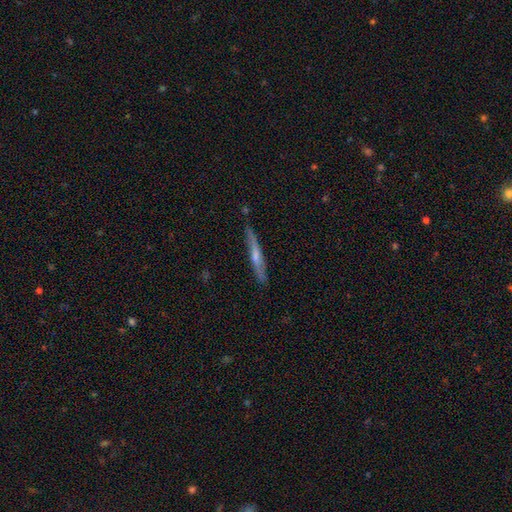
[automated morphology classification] Smooth or featured?
  - featured or disk: 57% *
  - smooth: 37%
  - star or artifact: 6%
Edge-on disk?
  - yes: 92% *
  - no: 8%
Edge-on bulge?
  - rounded: 56% *
  - none: 36%
  - boxy: 8%
Merging?
  - none: 80% *
  - minor disturbance: 15%
  - major disturbance: 3%
  - merger: 2%